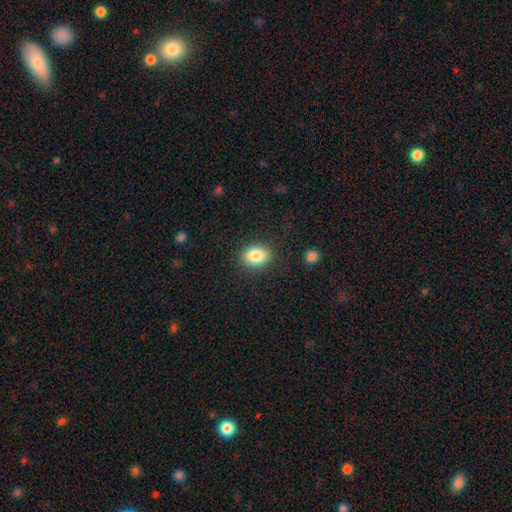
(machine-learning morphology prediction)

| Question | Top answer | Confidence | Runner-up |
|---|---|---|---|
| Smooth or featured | smooth | 85% | star or artifact (9%) |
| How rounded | in between | 61% | round (38%) |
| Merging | none | 86% | minor disturbance (10%) |